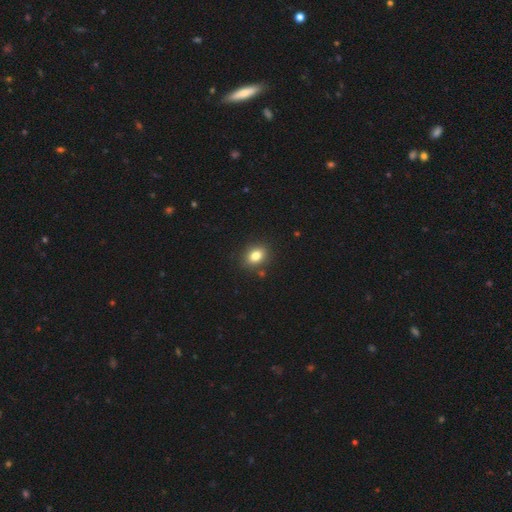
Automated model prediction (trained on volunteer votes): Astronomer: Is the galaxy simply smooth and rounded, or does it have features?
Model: smooth — 81%.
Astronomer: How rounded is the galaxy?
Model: in between — 56% (runner-up: round, 43%).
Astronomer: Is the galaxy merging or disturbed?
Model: none — 87%.